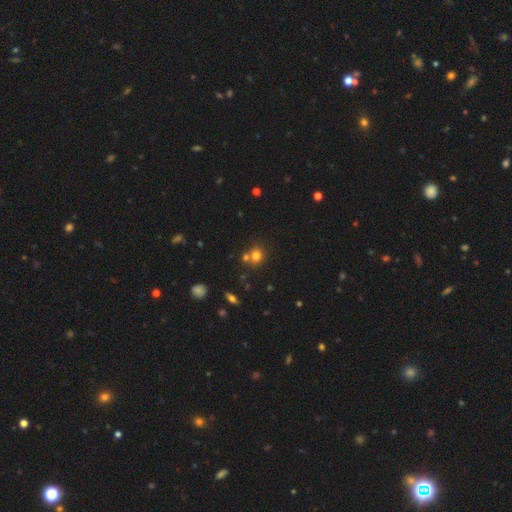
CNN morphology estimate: Smooth or featured? Predicted: smooth (p=0.76). How rounded? Predicted: round (p=0.73). Merging? Predicted: none (p=0.58).